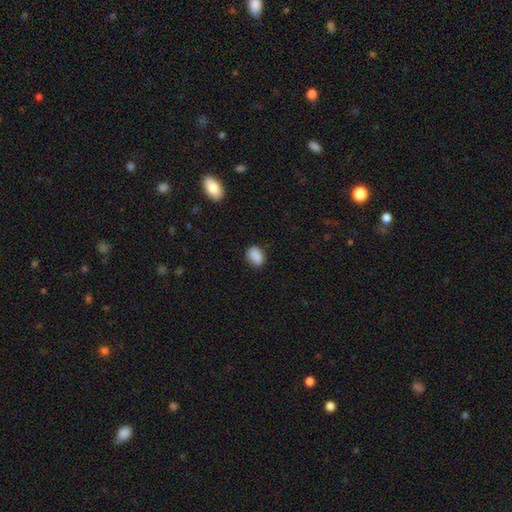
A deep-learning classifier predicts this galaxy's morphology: smooth_or_featured: smooth (p=0.87) [alt: star or artifact p=0.08]
how_rounded: in between (p=0.76) [alt: round p=0.22]
merging: none (p=0.82) [alt: minor disturbance p=0.13]